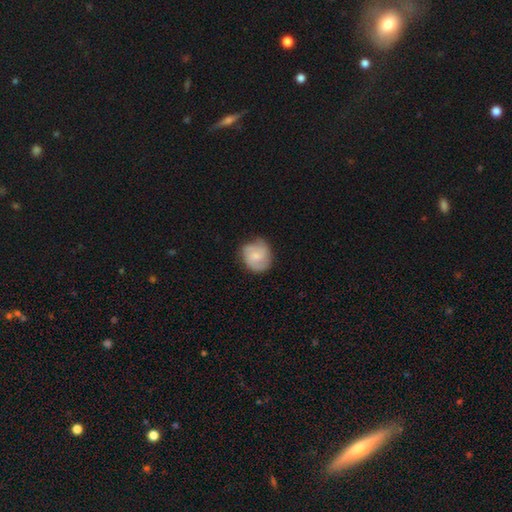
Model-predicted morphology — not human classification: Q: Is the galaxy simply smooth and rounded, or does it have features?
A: featured or disk — 53%.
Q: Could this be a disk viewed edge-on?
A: no — 98%.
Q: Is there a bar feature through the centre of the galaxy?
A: no — 68%.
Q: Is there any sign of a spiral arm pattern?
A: yes — 91%.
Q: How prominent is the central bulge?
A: small — 54%.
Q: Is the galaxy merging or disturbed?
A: none — 71%.